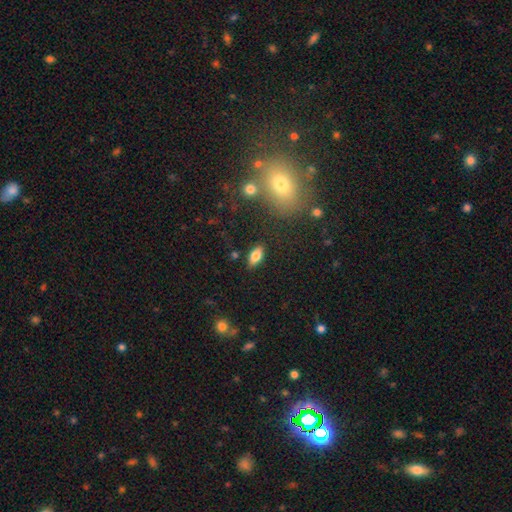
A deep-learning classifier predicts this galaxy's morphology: A smooth galaxy with no disk features (77%) that is in between round and cigar-shaped (86%). Merging: none (85%).